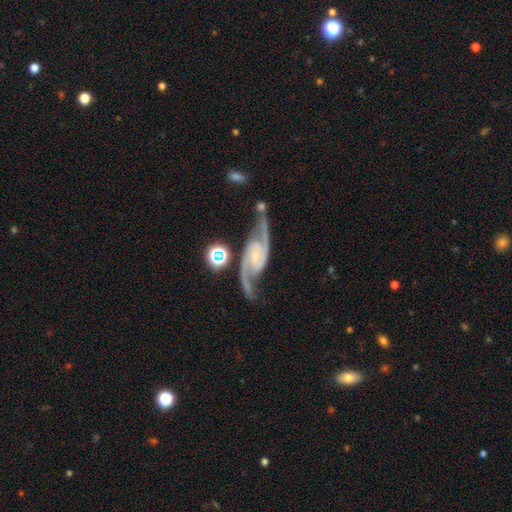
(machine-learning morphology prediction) A featured or disk galaxy (92%) with no bar (45%), 2 (94%) medium (53%) spiral arms (98%) and a small central bulge (66%). Merging: none (69%).